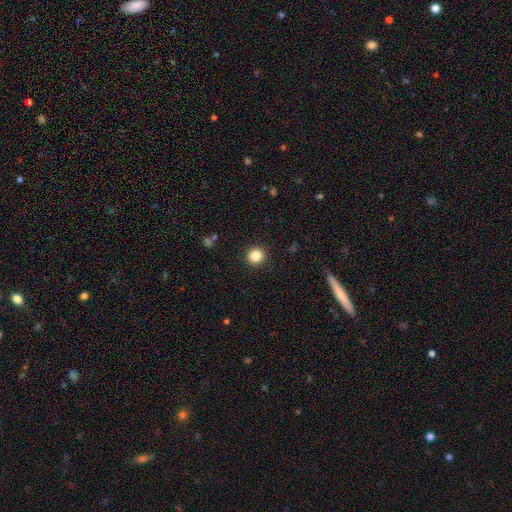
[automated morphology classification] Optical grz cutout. It shows a smooth galaxy with no disk features (85%) that is round (94%). Merging: none (92%).